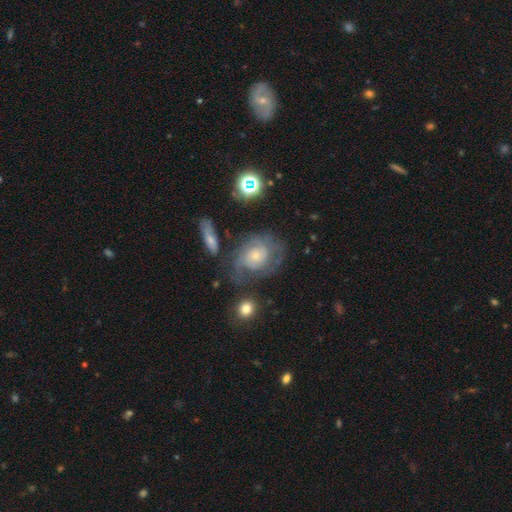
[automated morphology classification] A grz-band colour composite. It shows a featured or disk galaxy (75%) with no bar (75%), tight (54%) spiral arms (90%) and a small central bulge (60%). Merging: none (57%).